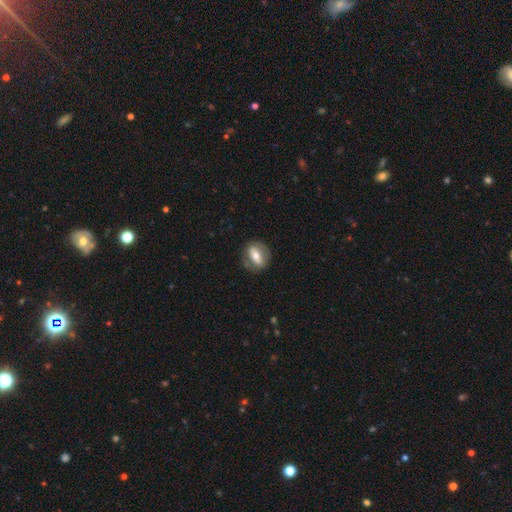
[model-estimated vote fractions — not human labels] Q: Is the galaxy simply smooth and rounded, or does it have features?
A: featured or disk — 51%.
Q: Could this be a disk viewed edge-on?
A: no — 83%.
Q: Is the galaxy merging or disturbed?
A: none — 78%.